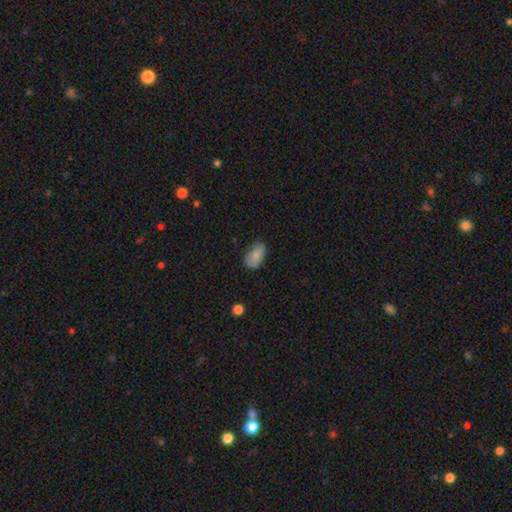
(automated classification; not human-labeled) Overall: smooth (83%). How rounded: in between (93%). Merging: none (62%; minor disturbance 30%).